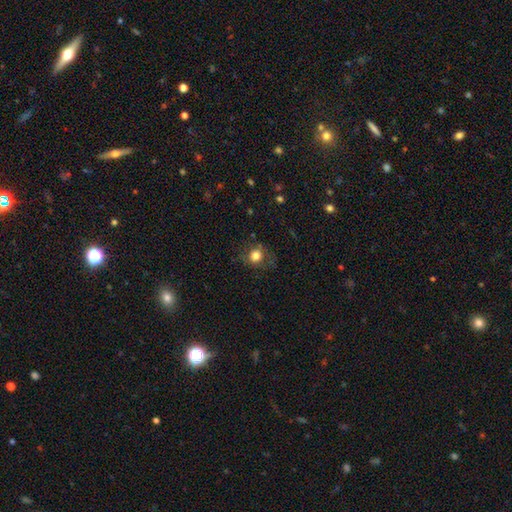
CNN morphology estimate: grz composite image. It shows a smooth galaxy with no disk features (76%) that is round (78%). Merging: none (71%).